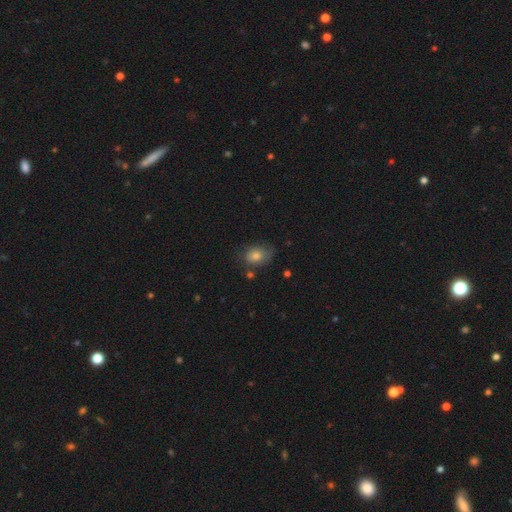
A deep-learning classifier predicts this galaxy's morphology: smooth-or-featured: smooth: 74% | featured or disk: 14% | star or artifact: 12%
  how-rounded: in between: 65% | round: 34% | cigar-shaped: 1%
  merging: none: 60% | minor disturbance: 27% | major disturbance: 8% | merger: 4%